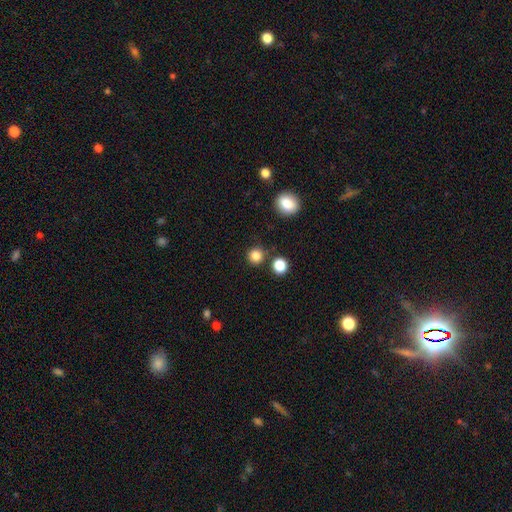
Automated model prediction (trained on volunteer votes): Overall: smooth (83%). How rounded: round (91%). Merging: none (84%).